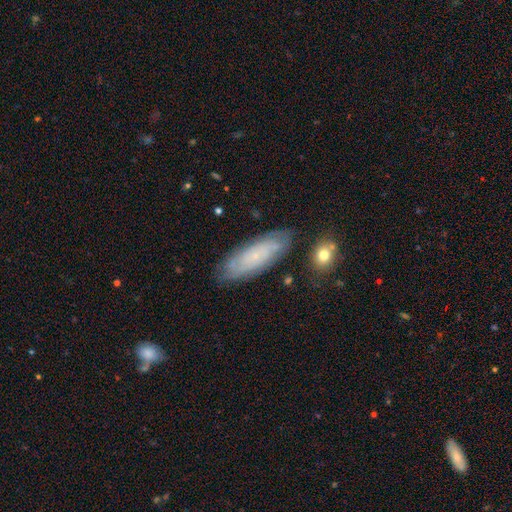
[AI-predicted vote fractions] Smooth or featured? Predicted: featured or disk (p=0.53). Edge-on disk? Predicted: no (p=0.82). Merging? Predicted: none (p=0.80).